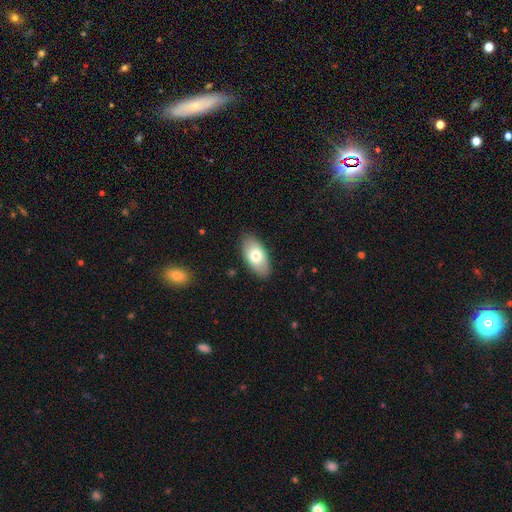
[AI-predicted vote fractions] smooth 73%, featured or disk 21%, star or artifact 6%. Down the decision tree: how rounded — in between (94%); merging — none (87%).